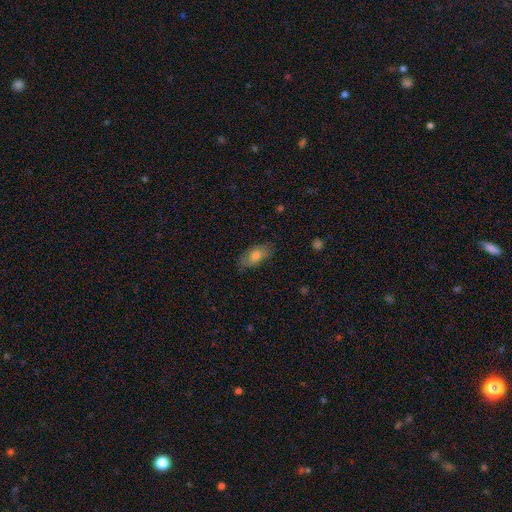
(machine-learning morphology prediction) Q: Smooth or featured?
A: smooth (71%); runner-up: featured or disk (21%)
Q: How rounded?
A: in between (89%); runner-up: cigar-shaped (6%)
Q: Merging?
A: none (76%); runner-up: minor disturbance (19%)